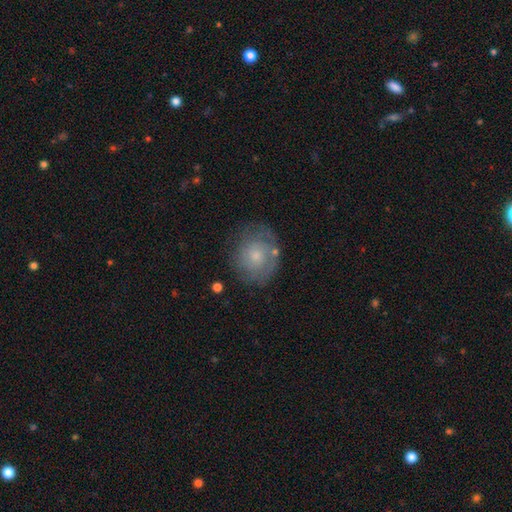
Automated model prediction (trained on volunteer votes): Smooth or featured? Predicted: featured or disk (p=0.50). Edge-on disk? Predicted: no (p=0.97). Merging? Predicted: none (p=0.70).